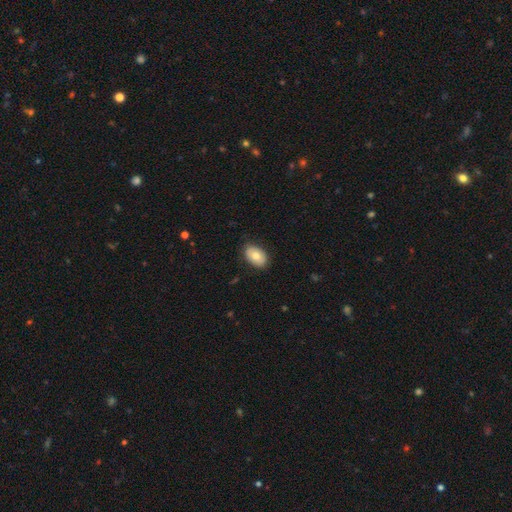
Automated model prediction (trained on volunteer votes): Smooth or featured? Predicted: smooth (p=0.77). How rounded? Predicted: in between (p=0.90). Merging? Predicted: none (p=0.85).